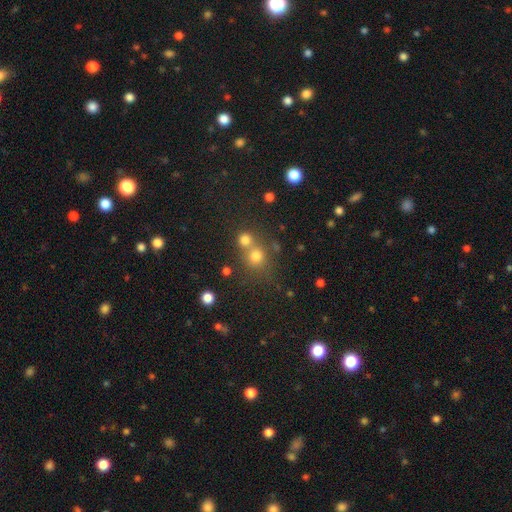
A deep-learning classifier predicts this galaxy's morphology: Q: Smooth or featured?
A: smooth (70%); runner-up: star or artifact (20%)
Q: How rounded?
A: round (86%); runner-up: in between (13%)
Q: Merging?
A: none (51%); runner-up: merger (38%)